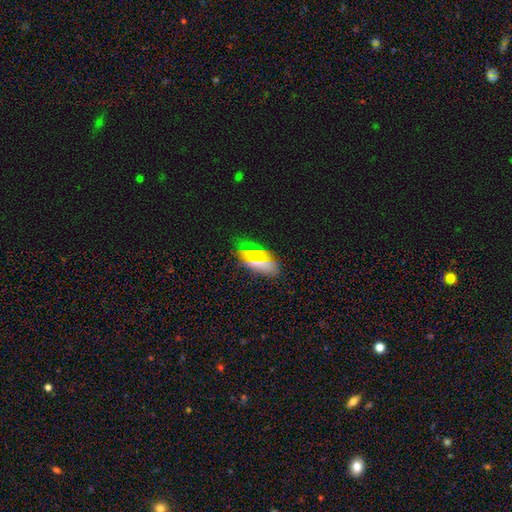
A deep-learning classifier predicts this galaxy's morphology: The model was most divided on "smooth or featured": smooth: 59%, star or artifact: 24%, featured or disk: 16%. More confident: how rounded — in between (83%); merging — none (79%).